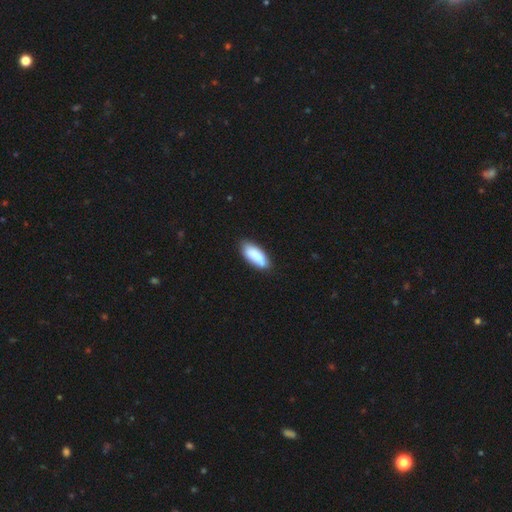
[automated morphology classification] type=smooth (84%); roundness=in between (78%); merging=none (75%).